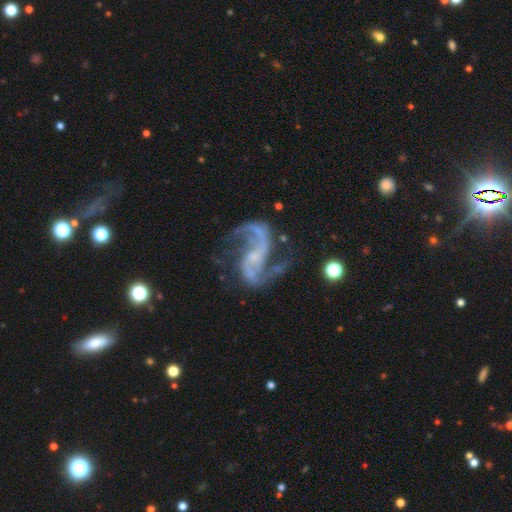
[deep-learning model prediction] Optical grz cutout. It shows a featured or disk galaxy (92%) with no bar (45%), 2 (93%) loose (57%) spiral arms (98%) and a small central bulge (63%). Merging: none (67%).